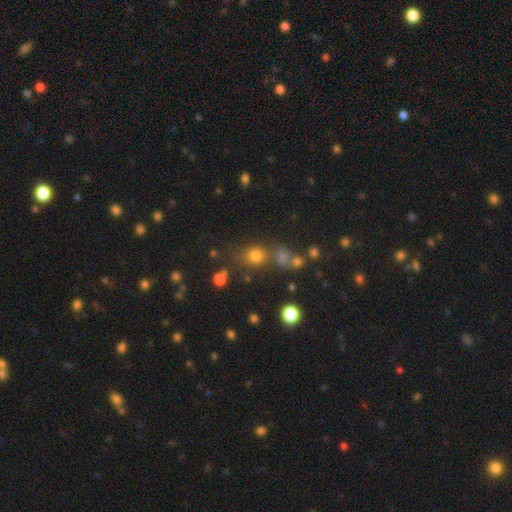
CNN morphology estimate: This appears to be a smooth galaxy with no disk features (66%) that is round (75%). Merging: none (64%).